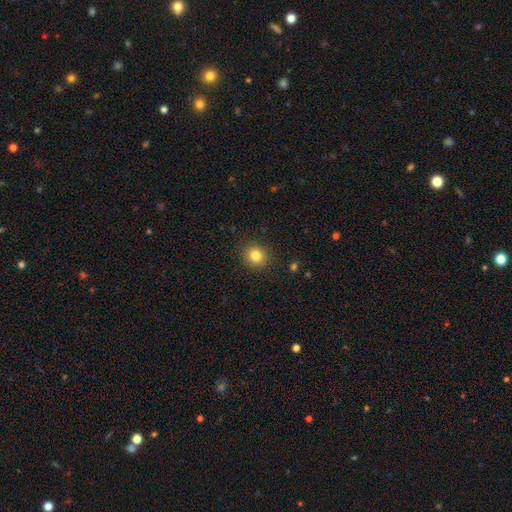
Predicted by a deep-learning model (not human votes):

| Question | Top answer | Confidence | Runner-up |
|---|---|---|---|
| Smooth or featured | smooth | 81% | star or artifact (12%) |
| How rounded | round | 88% | in between (11%) |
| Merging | none | 90% | minor disturbance (7%) |